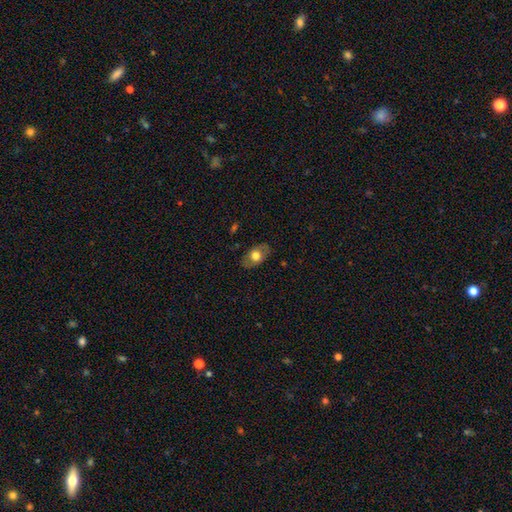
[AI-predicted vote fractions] smooth-or-featured: smooth: 64% | featured or disk: 29% | star or artifact: 7%
  how-rounded: in between: 87% | round: 12% | cigar-shaped: 2%
  merging: none: 82% | minor disturbance: 14% | major disturbance: 3% | merger: 1%